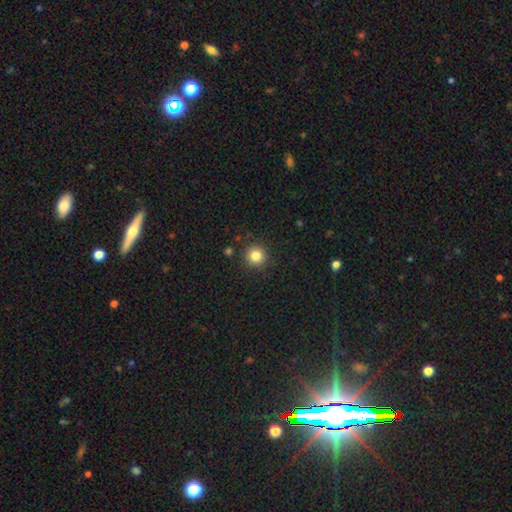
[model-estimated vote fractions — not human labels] The model was most divided on "smooth or featured": smooth: 83%, star or artifact: 12%, featured or disk: 5%. More confident: how rounded — round (95%); merging — none (90%).